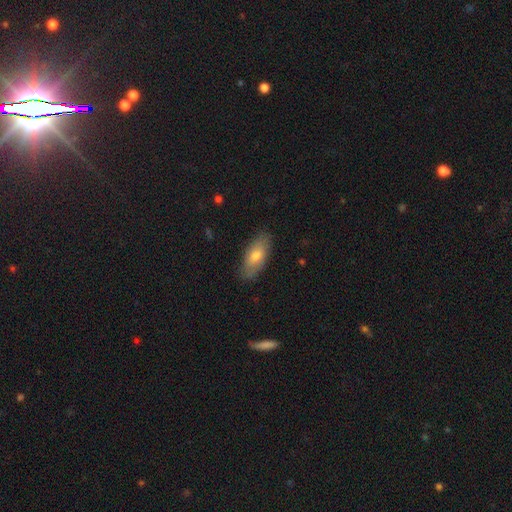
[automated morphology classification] This is likely a smooth galaxy (69%). How rounded: likely in between (78%). Merging: clearly none (83%).